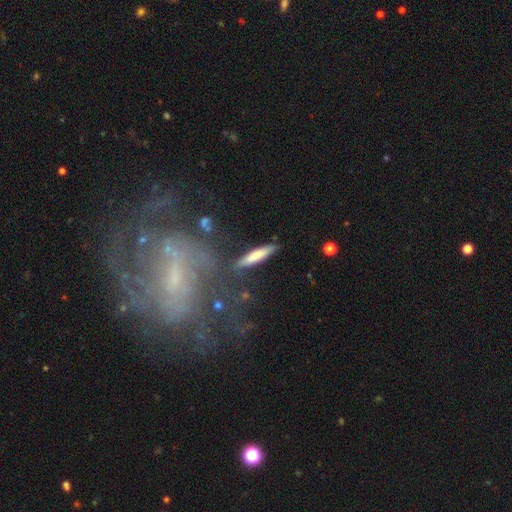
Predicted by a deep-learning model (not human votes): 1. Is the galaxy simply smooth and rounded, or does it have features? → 73% smooth, 21% featured or disk, 6% star or artifact.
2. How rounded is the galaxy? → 87% cigar-shaped, 12% in between, 2% round.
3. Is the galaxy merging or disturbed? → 82% none, 12% minor disturbance, 3% major disturbance, 3% merger.